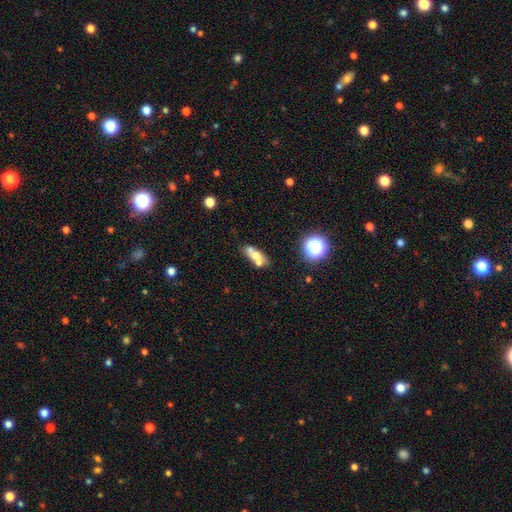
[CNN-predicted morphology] smooth_or_featured: smooth (p=0.56) [alt: featured or disk p=0.32]
how_rounded: in between (p=0.62) [alt: round p=0.24]
merging: merger (p=0.48) [alt: none p=0.37]